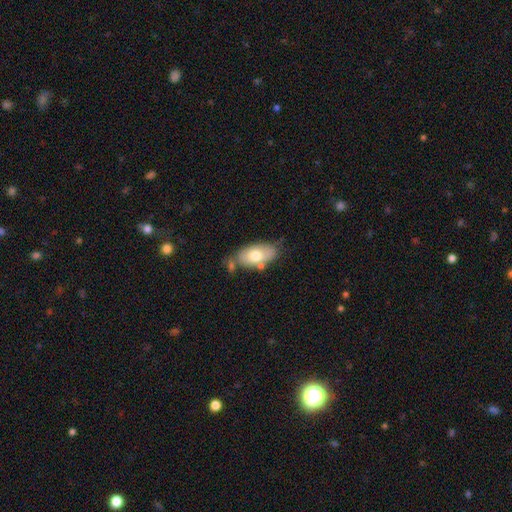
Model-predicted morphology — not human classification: smooth-or-featured: smooth: 69% | featured or disk: 25% | star or artifact: 7%
  how-rounded: in between: 92% | round: 5% | cigar-shaped: 3%
  merging: none: 62% | minor disturbance: 19% | merger: 14% | major disturbance: 5%